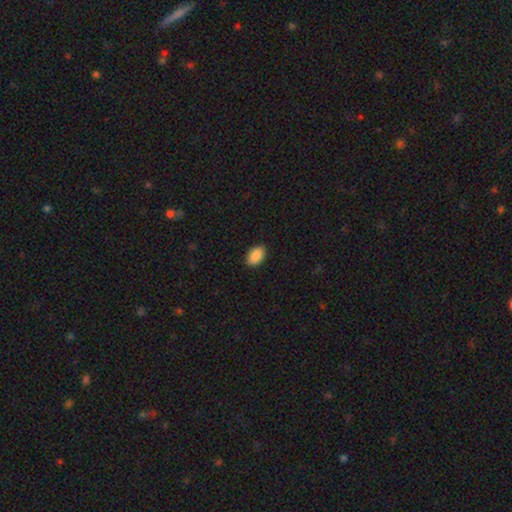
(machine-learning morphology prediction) Smooth or featured? smooth (90%)
How rounded? in between (90%)
Merging? none (89%)